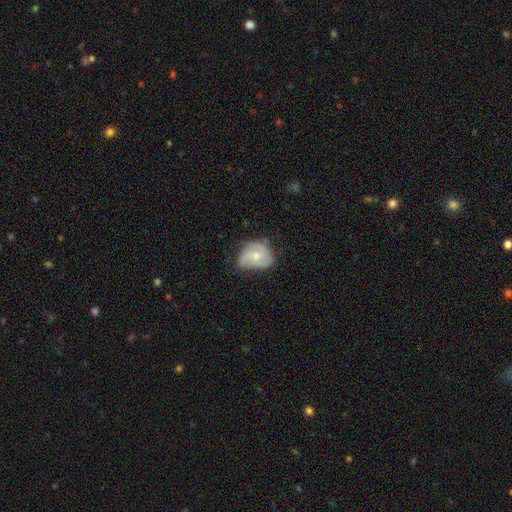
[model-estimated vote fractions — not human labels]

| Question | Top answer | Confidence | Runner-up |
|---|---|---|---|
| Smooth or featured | featured or disk | 49% | smooth (44%) |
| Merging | none | 44% | minor disturbance (40%) |